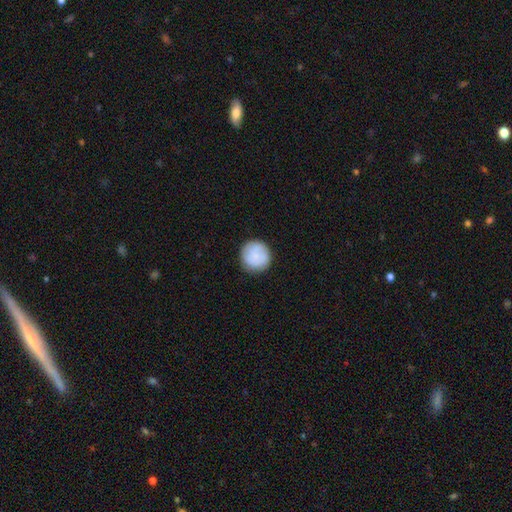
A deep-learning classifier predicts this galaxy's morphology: Smooth or featured: smooth — 81% (featured or disk — 13%)
How rounded: round — 95% (in between — 4%)
Merging: none — 86% (minor disturbance — 10%)